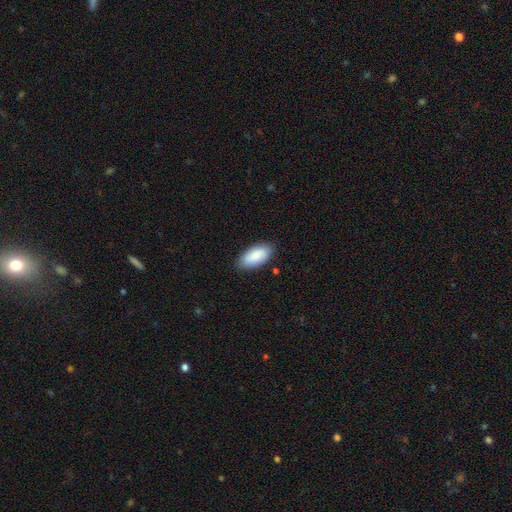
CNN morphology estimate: A smooth galaxy with no disk features (86%) that is in between round and cigar-shaped (93%). Merging: none (85%).